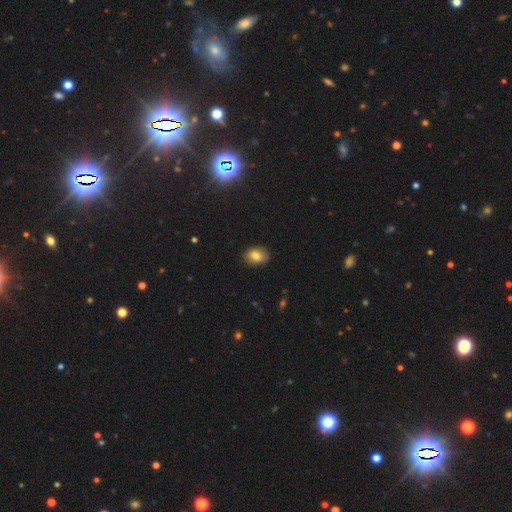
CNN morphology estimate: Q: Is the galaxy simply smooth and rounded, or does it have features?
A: smooth — 82%.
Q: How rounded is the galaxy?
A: in between — 73%.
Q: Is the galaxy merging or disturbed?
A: none — 86%.